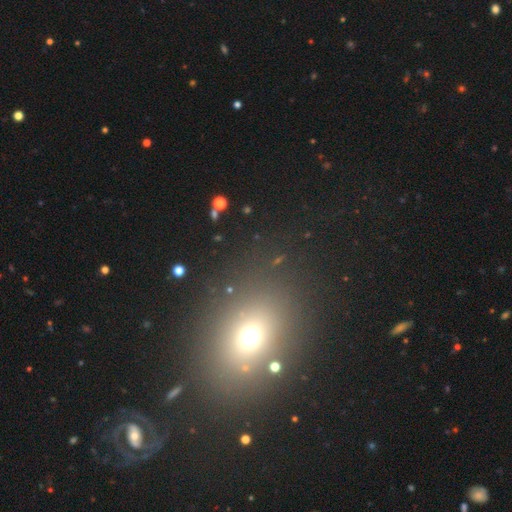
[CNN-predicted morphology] type=smooth (55%); roundness=in between (53%); merging=none (83%).